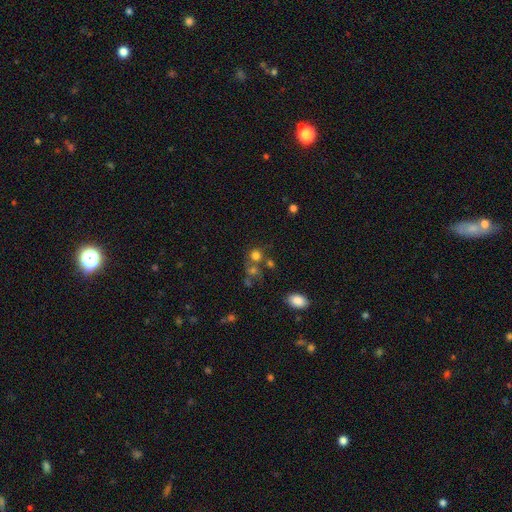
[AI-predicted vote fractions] Smooth or featured?
  - smooth: 73% *
  - star or artifact: 17%
  - featured or disk: 10%
How rounded?
  - round: 83% *
  - in between: 16%
  - cigar-shaped: 1%
Merging?
  - none: 55% *
  - merger: 29%
  - minor disturbance: 10%
  - major disturbance: 6%